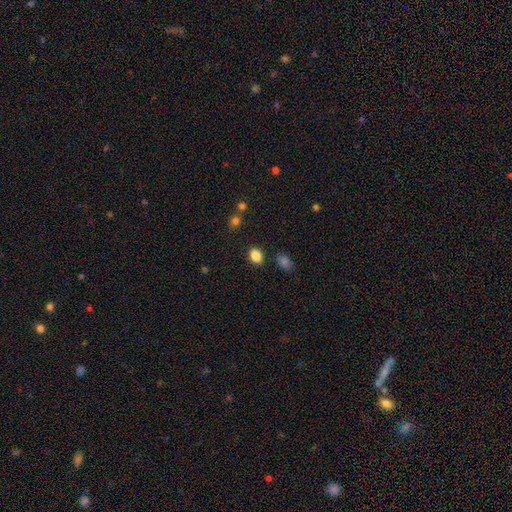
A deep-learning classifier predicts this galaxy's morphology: This is clearly a smooth galaxy (86%). How rounded: likely in between (70%). Merging: clearly none (84%).